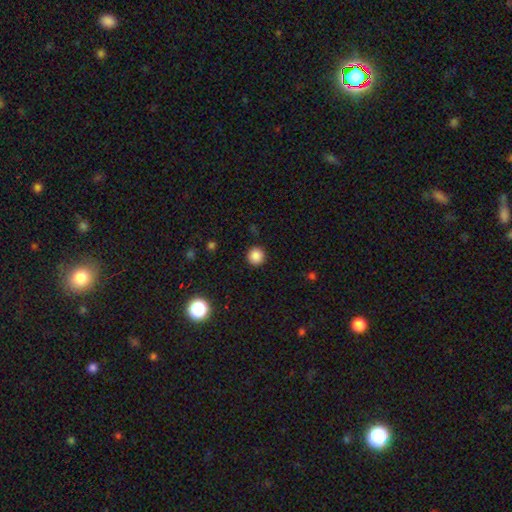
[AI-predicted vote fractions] The model was most divided on "smooth or featured": smooth: 86%, star or artifact: 11%, featured or disk: 3%. More confident: how rounded — round (95%); merging — none (92%).